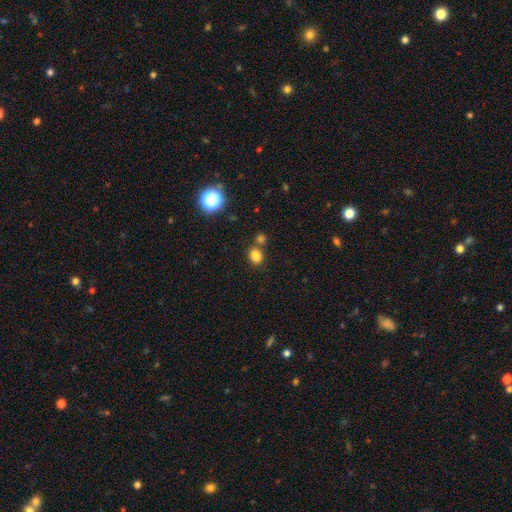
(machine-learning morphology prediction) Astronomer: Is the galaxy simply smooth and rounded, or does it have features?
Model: smooth — 81%.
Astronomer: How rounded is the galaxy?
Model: round — 59% (runner-up: in between, 40%).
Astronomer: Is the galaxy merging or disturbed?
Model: none — 67%.